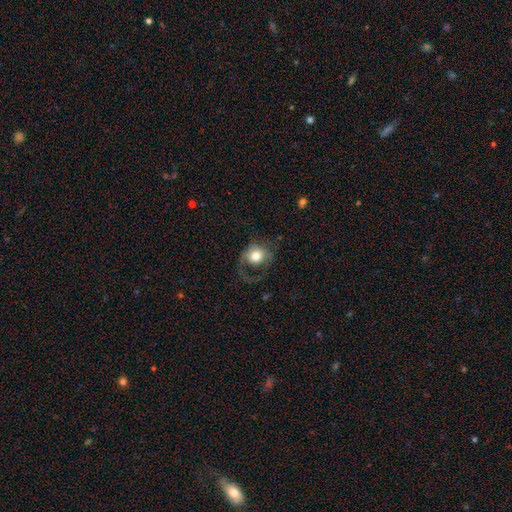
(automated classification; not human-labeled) A smooth galaxy with no disk features (60%) that is round (71%). Merging: major disturbance (45%).